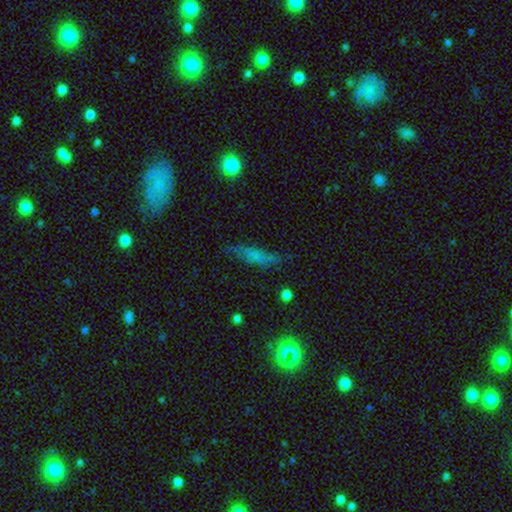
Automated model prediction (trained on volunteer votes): Morphology: type=smooth (63%); roundness=cigar-shaped (68%); merging=none (68%).